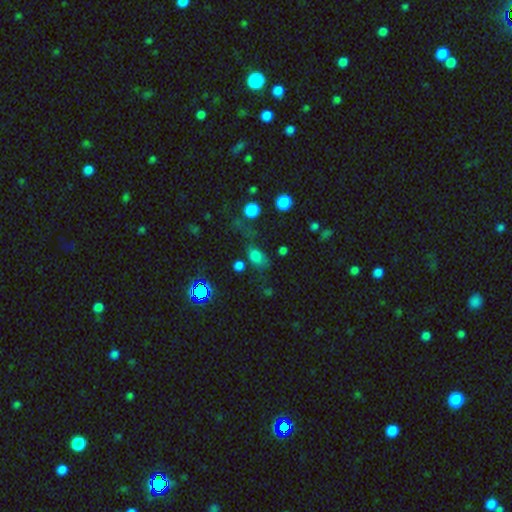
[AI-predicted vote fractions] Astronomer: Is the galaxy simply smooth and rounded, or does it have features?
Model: smooth — 69%.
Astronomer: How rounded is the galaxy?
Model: in between — 67%.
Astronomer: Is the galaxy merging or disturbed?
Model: none — 49%.